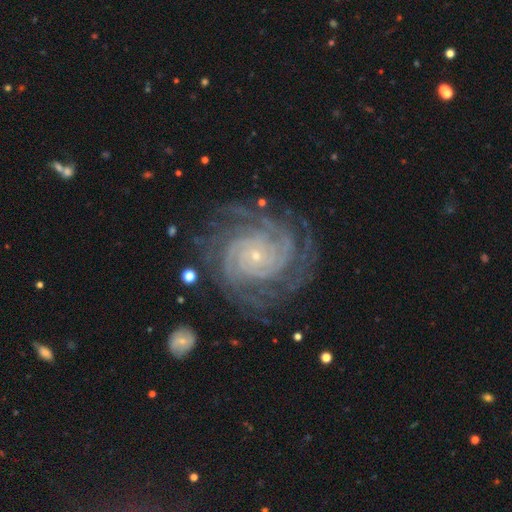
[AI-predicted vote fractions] The model was most divided on "spiral arm count": 4: 25%, 3: 18%, more than 4: 17%, can't tell: 17%, 2: 15%, 1: 8%. More confident: spiral arms — yes (98%); edge-on disk — no (98%); smooth or featured — featured or disk (91%); bulge size — small (88%); spiral winding — tight (80%); bar — no (79%); merging — none (76%).